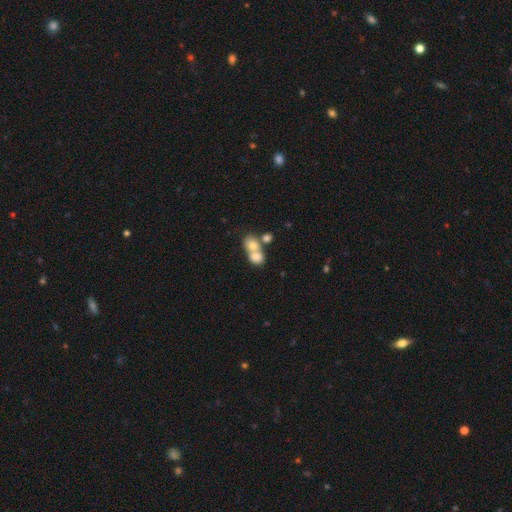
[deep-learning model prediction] Morphology: type=smooth (75%); roundness=round (50%); merging=merger (68%).